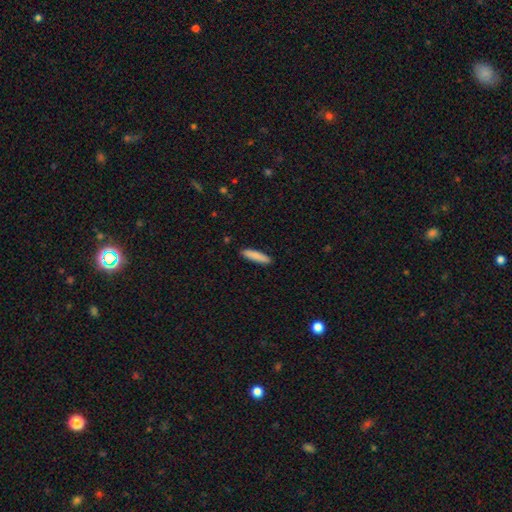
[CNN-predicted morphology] Smooth or featured: smooth — 87% (featured or disk — 7%)
How rounded: cigar-shaped — 83% (in between — 16%)
Merging: none — 91% (minor disturbance — 7%)